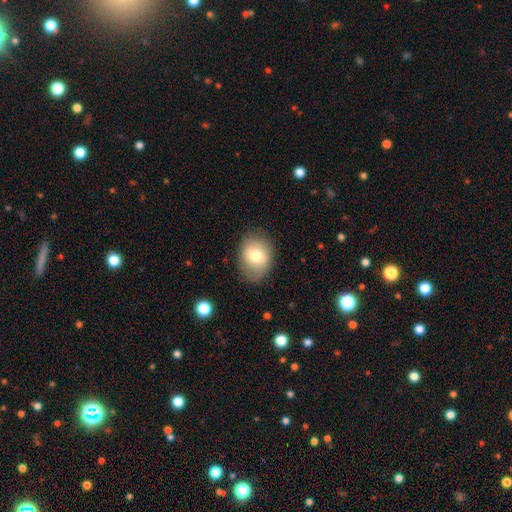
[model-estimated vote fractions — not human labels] This appears to be a smooth galaxy with no disk features (74%) that is in between round and cigar-shaped (56%). Merging: none (78%).